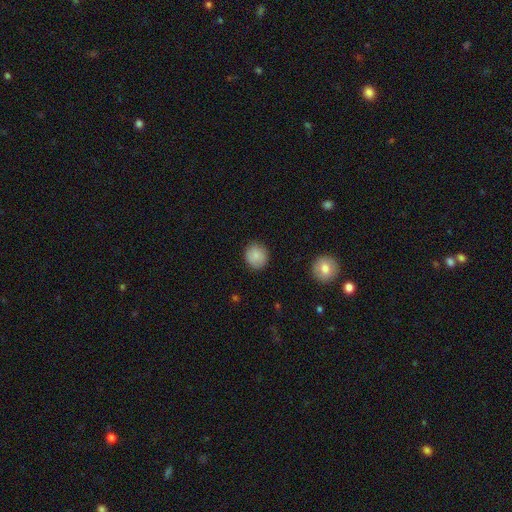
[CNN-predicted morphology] A smooth galaxy with no disk features (86%) that is round (87%). Merging: none (87%).